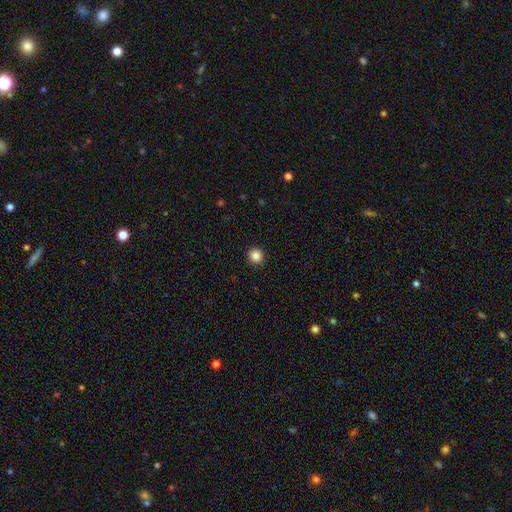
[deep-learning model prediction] A smooth galaxy with no disk features (85%) that is round (94%). Merging: none (93%).